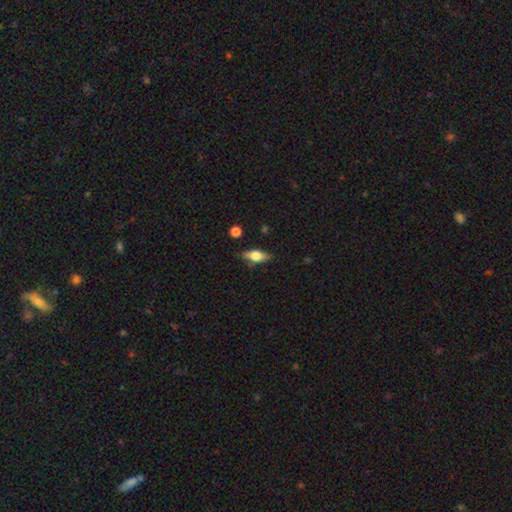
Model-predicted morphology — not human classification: type=smooth (58%); roundness=in between (73%); merging=none (78%).